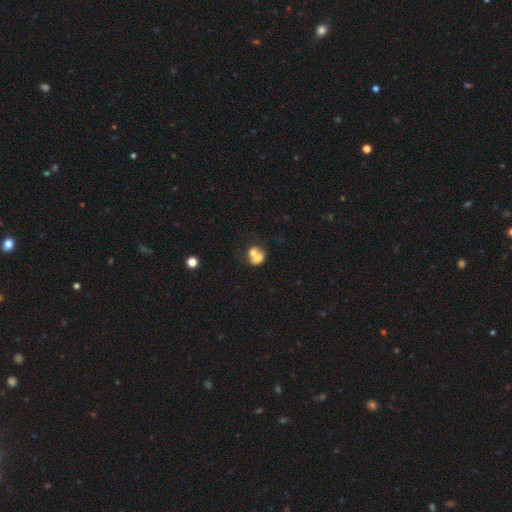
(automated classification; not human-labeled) Q: Smooth or featured?
A: smooth (66%); runner-up: featured or disk (24%)
Q: How rounded?
A: round (58%); runner-up: in between (41%)
Q: Merging?
A: merger (63%); runner-up: none (24%)